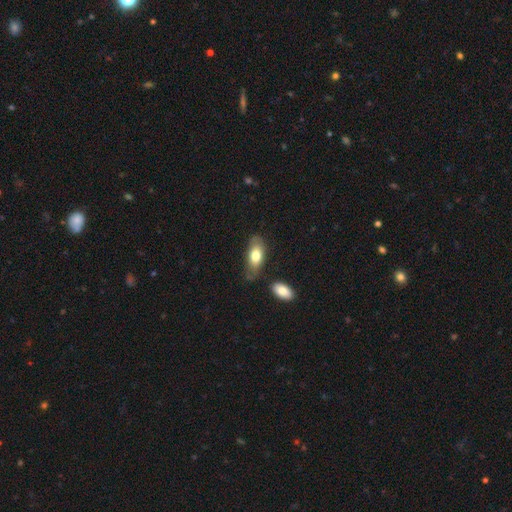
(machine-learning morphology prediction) Q: Smooth or featured?
A: smooth (72%); runner-up: featured or disk (22%)
Q: How rounded?
A: in between (88%); runner-up: cigar-shaped (9%)
Q: Merging?
A: none (63%); runner-up: minor disturbance (24%)